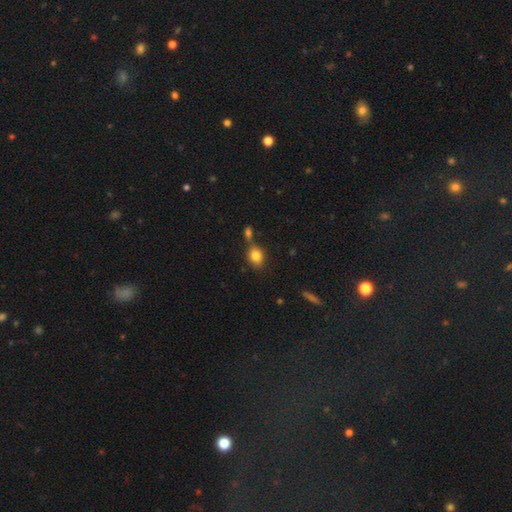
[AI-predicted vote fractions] smooth-or-featured: smooth: 82% | star or artifact: 10% | featured or disk: 8%
  how-rounded: in between: 54% | round: 44% | cigar-shaped: 2%
  merging: none: 61% | merger: 22% | minor disturbance: 13% | major disturbance: 4%